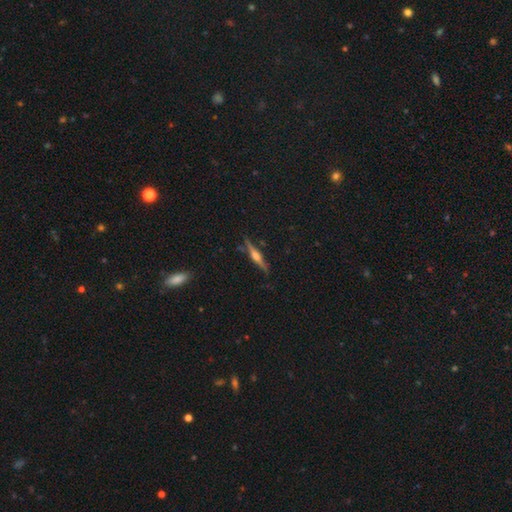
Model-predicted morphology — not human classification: smooth-or-featured: featured or disk: 73% | smooth: 20% | star or artifact: 7%
  disk-edge-on: yes: 98% | no: 2%
    edge-on-bulge: rounded: 86% | boxy: 9% | none: 5%
  merging: none: 85% | minor disturbance: 11% | major disturbance: 2% | merger: 2%